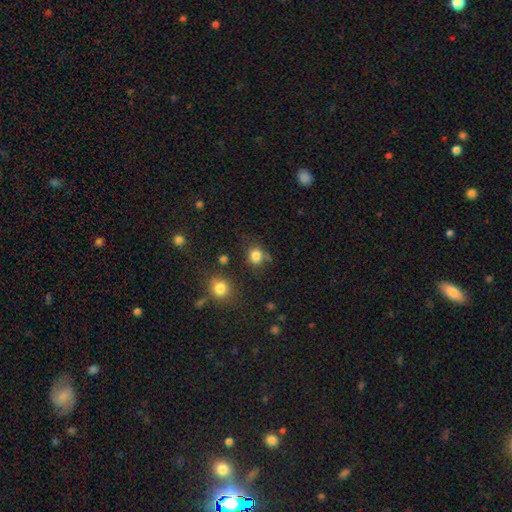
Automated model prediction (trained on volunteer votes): Smooth or featured?
  - smooth: 81% *
  - star or artifact: 13%
  - featured or disk: 6%
How rounded?
  - round: 77% *
  - in between: 22%
  - cigar-shaped: 1%
Merging?
  - none: 63% *
  - minor disturbance: 20%
  - major disturbance: 9%
  - merger: 8%